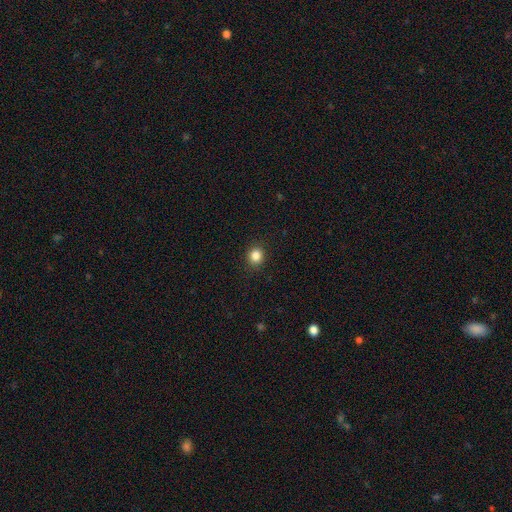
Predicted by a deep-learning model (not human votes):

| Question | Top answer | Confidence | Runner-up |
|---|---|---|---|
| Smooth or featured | smooth | 85% | star or artifact (11%) |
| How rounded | round | 83% | in between (16%) |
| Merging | none | 91% | minor disturbance (6%) |